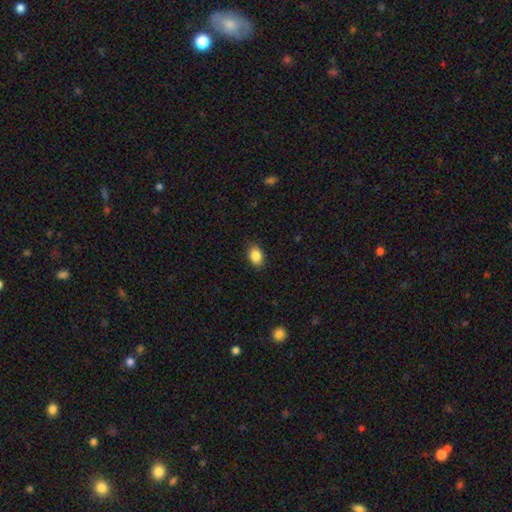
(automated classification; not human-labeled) Smooth or featured? Predicted: smooth (p=0.87). How rounded? Predicted: in between (p=0.81). Merging? Predicted: none (p=0.87).